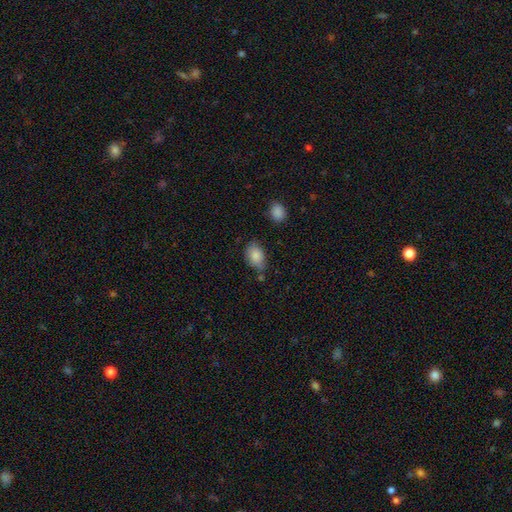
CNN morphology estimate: smooth-or-featured: smooth: 86% | star or artifact: 7% | featured or disk: 7%
  how-rounded: in between: 83% | round: 15% | cigar-shaped: 1%
  merging: none: 66% | minor disturbance: 23% | merger: 6% | major disturbance: 5%